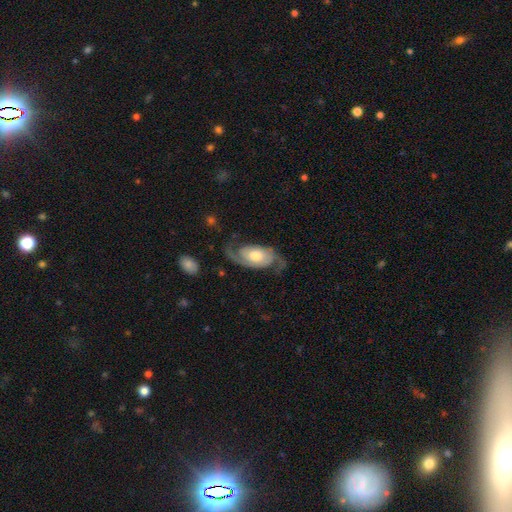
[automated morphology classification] This is clearly a featured or disk galaxy (86%). It is clearly not viewed edge-on (96%). Bar: likely no (71%). Spiral arm pattern: clearly yes (96%). Spiral arm count: clearly 2 (92%). Spiral winding: marginally medium (43%). Central bulge: possibly moderate (59%). Merging: likely none (69%).